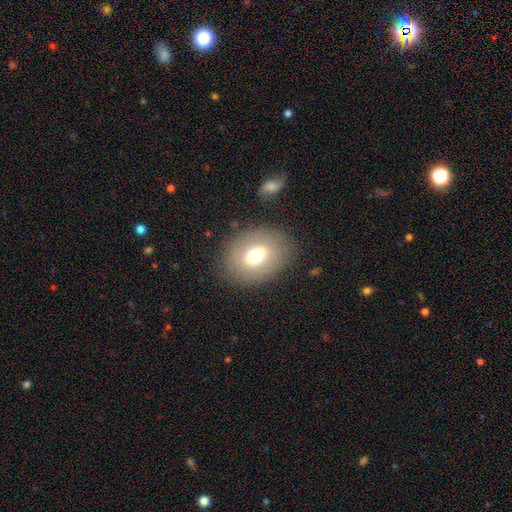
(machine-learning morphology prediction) smooth 64%, featured or disk 26%, star or artifact 10%. Down the decision tree: how rounded — in between (62%); merging — none (83%).